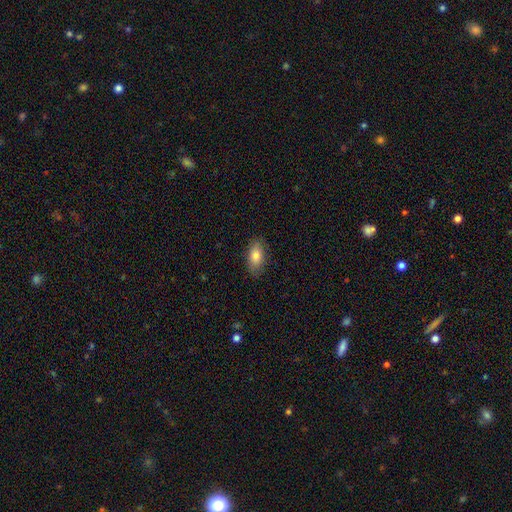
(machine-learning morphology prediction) Smooth or featured? Predicted: smooth (p=0.82). How rounded? Predicted: in between (p=0.89). Merging? Predicted: none (p=0.84).